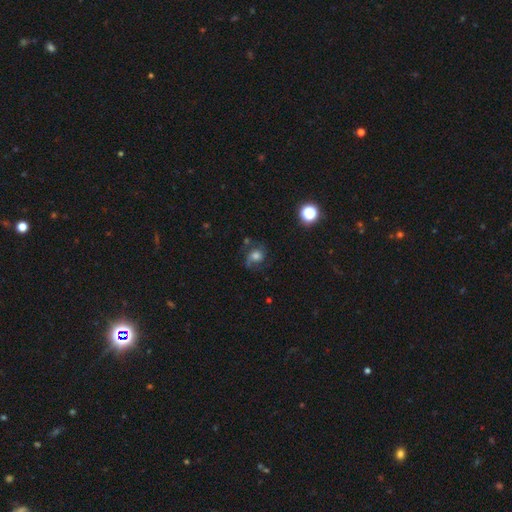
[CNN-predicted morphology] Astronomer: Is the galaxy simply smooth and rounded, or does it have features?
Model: featured or disk — 54% (runner-up: smooth, 32%).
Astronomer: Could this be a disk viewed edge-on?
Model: no — 97%.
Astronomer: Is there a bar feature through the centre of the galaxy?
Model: no — 72%.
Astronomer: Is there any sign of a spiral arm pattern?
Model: yes — 87%.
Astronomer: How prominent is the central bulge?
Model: moderate — 44% (runner-up: large, 29%).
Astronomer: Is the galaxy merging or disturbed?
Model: none — 58%.